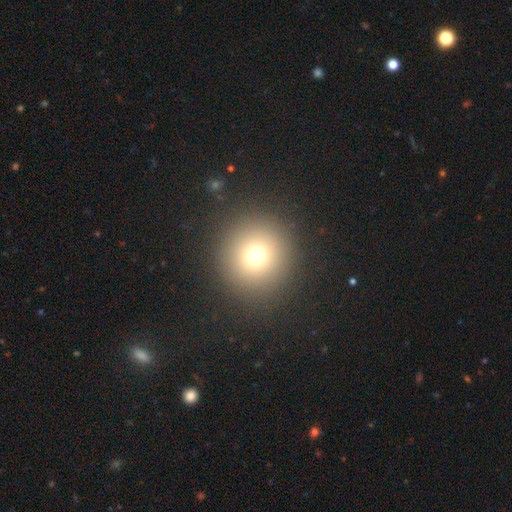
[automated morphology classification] Smooth or featured?
  - smooth: 72% *
  - star or artifact: 18%
  - featured or disk: 10%
How rounded?
  - round: 95% *
  - in between: 4%
  - cigar-shaped: 1%
Merging?
  - none: 91% *
  - minor disturbance: 5%
  - major disturbance: 3%
  - merger: 1%